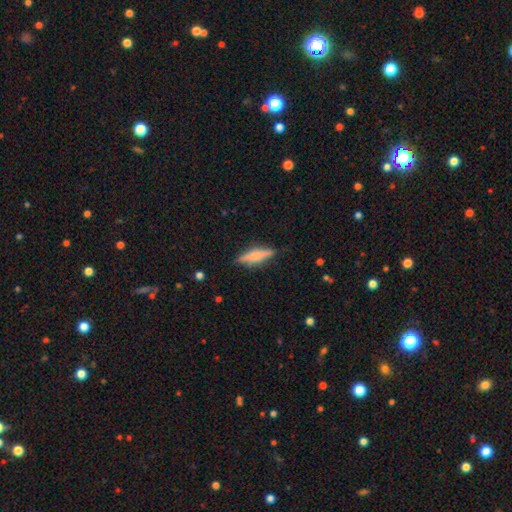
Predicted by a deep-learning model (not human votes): Smooth or featured: featured or disk — 47% (smooth — 46%)
Merging: none — 83% (minor disturbance — 12%)